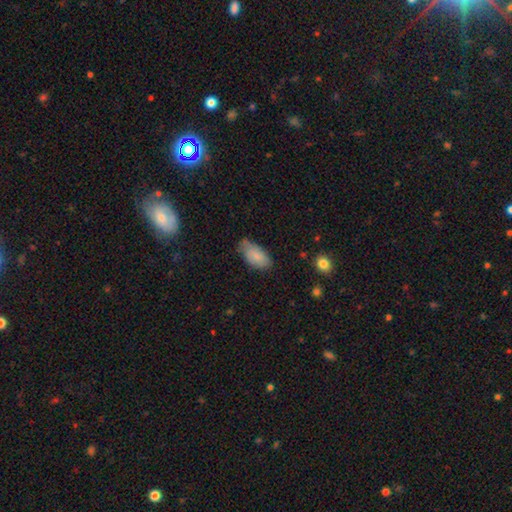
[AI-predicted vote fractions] Smooth or featured?
  - smooth: 78% *
  - featured or disk: 15%
  - star or artifact: 7%
How rounded?
  - in between: 94% *
  - cigar-shaped: 3%
  - round: 3%
Merging?
  - none: 57% *
  - minor disturbance: 34%
  - major disturbance: 7%
  - merger: 2%